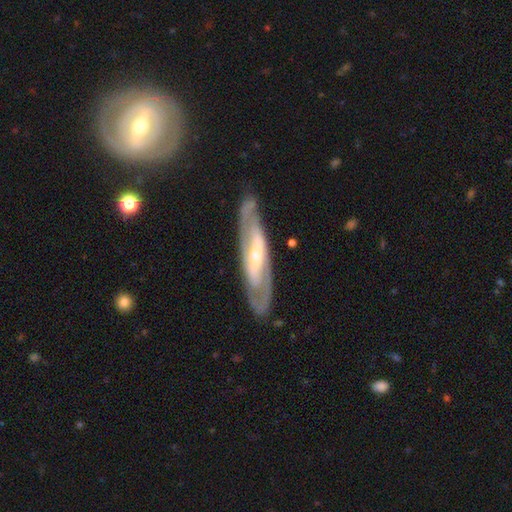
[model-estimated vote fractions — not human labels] smooth_or_featured: featured or disk (p=0.83) [alt: smooth p=0.13]
disk_edge_on: no (p=0.77) [alt: yes p=0.23]
bar: strong (p=0.46) [alt: weak p=0.29]
has_spiral_arms: yes (p=0.85) [alt: no p=0.15]
spiral_winding: tight (p=0.43) [alt: medium p=0.41]
spiral_arm_count: 2 (p=0.80) [alt: can't tell p=0.13]
bulge_size: small (p=0.55) [alt: moderate p=0.40]
merging: none (p=0.82) [alt: minor disturbance p=0.12]